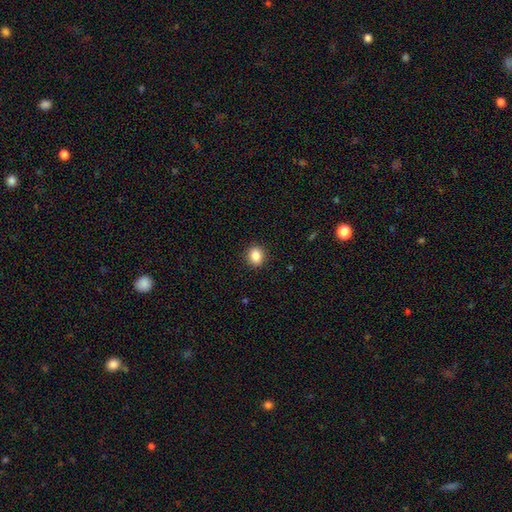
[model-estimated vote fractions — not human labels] This appears to be a smooth galaxy with no disk features (87%) that is round (65%). Merging: none (90%).